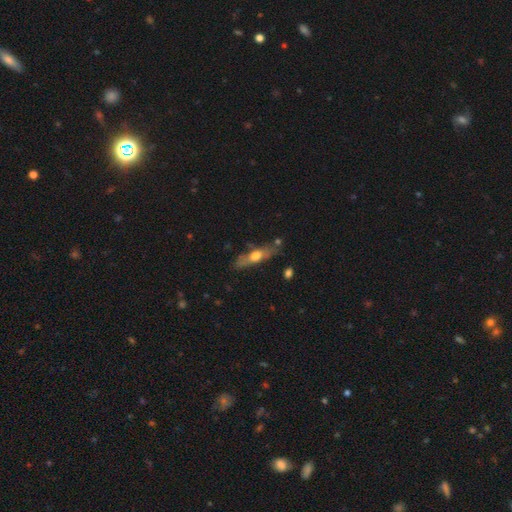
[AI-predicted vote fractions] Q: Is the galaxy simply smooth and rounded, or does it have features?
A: featured or disk — 49%.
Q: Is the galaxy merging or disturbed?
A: none — 72%.